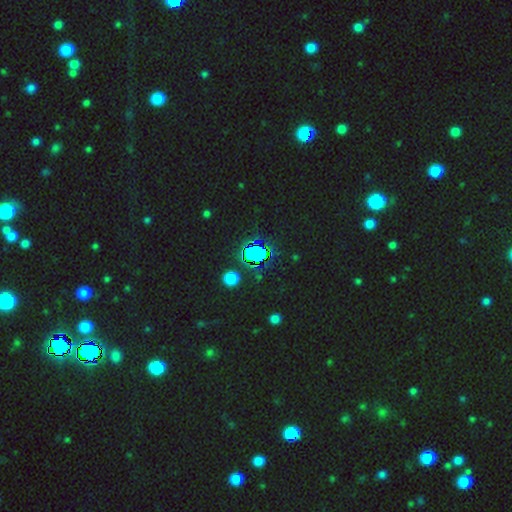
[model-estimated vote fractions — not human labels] star or artifact 68%, smooth 23%, featured or disk 9%.